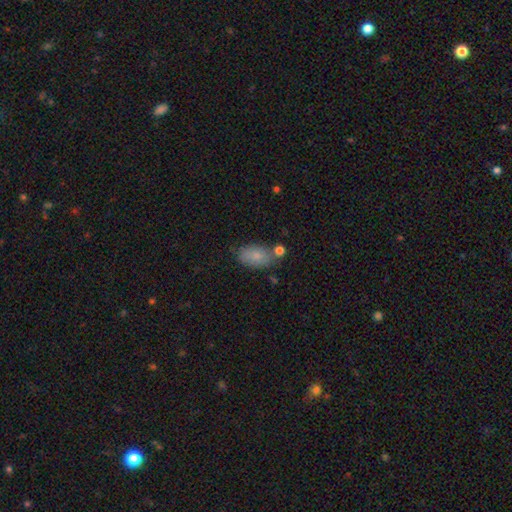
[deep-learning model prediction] The model was most divided on "merging": none: 64%, minor disturbance: 20%, merger: 11%, major disturbance: 5%. More confident: how rounded — in between (91%); smooth or featured — smooth (81%).